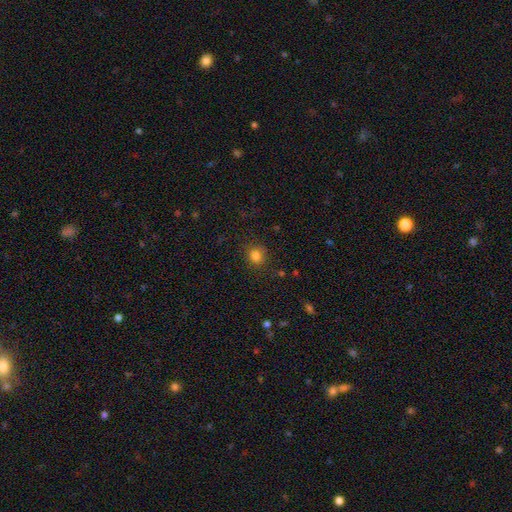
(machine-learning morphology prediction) smooth-or-featured: smooth: 81% | star or artifact: 14% | featured or disk: 5%
  how-rounded: round: 85% | in between: 14% | cigar-shaped: 1%
  merging: none: 87% | minor disturbance: 9% | major disturbance: 3% | merger: 1%